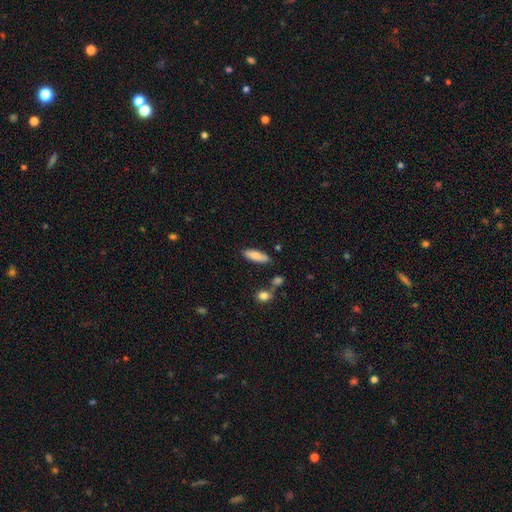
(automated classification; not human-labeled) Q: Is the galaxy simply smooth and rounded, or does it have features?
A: smooth — 83%.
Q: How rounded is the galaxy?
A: in between — 60%.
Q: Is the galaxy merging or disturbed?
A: none — 80%.